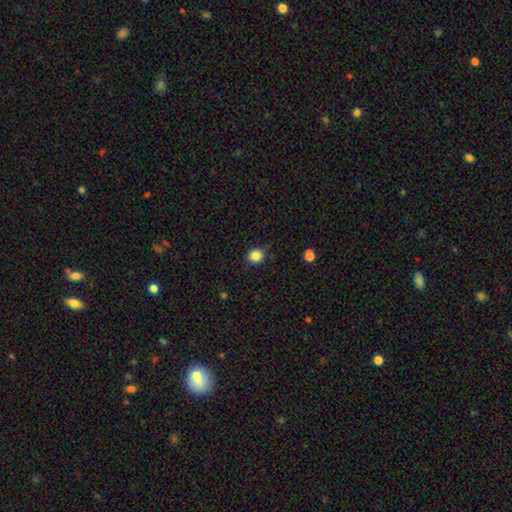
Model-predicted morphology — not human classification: smooth 84%, star or artifact 11%, featured or disk 5%. Down the decision tree: how rounded — round (82%); merging — none (79%).